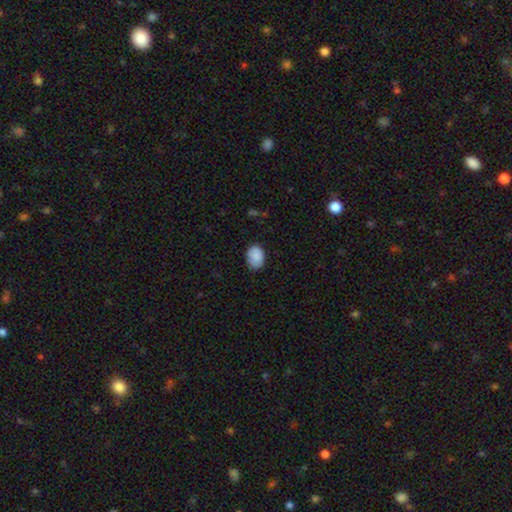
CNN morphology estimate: This is clearly a smooth galaxy (89%). How rounded: likely in between (77%). Merging: likely none (74%).